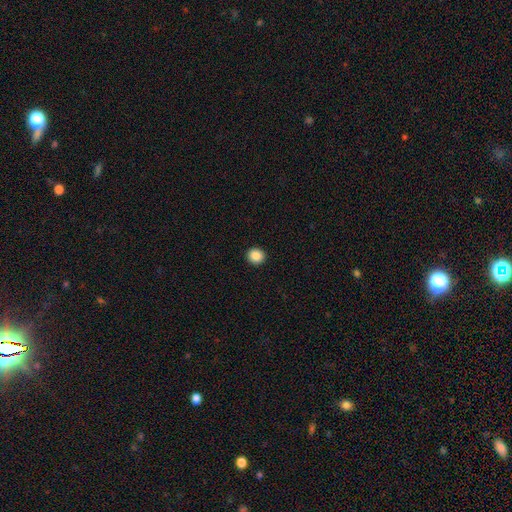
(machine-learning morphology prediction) This appears to be a smooth galaxy with no disk features (88%) that is round (90%). Merging: none (94%).